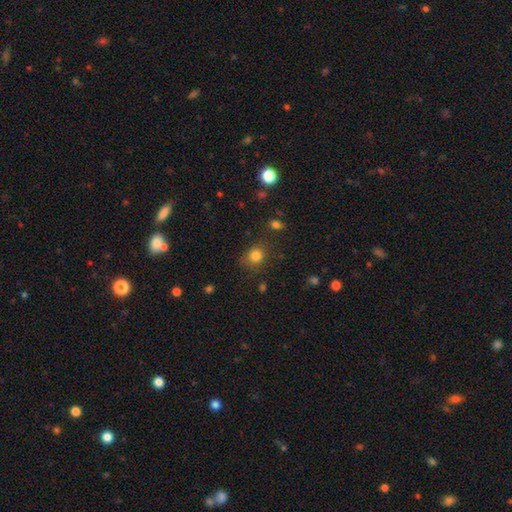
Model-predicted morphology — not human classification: A smooth galaxy with no disk features (80%) that is round (70%). Merging: none (76%).